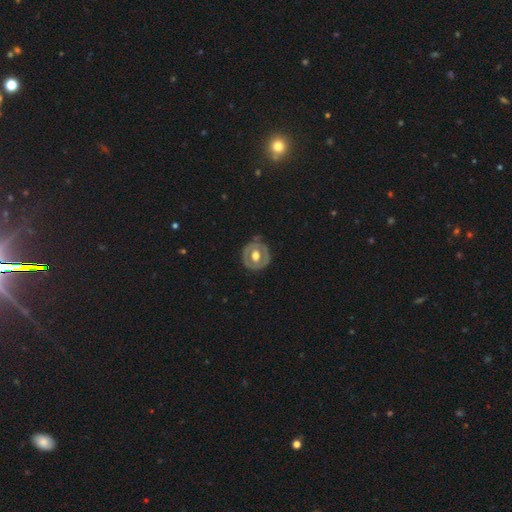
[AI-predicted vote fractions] featured or disk 60%, smooth 34%, star or artifact 5%. Down the decision tree: edge-on disk — no (94%); bar — no (69%); spiral arms — no (81%); bulge size — moderate (58%); merging — none (78%).